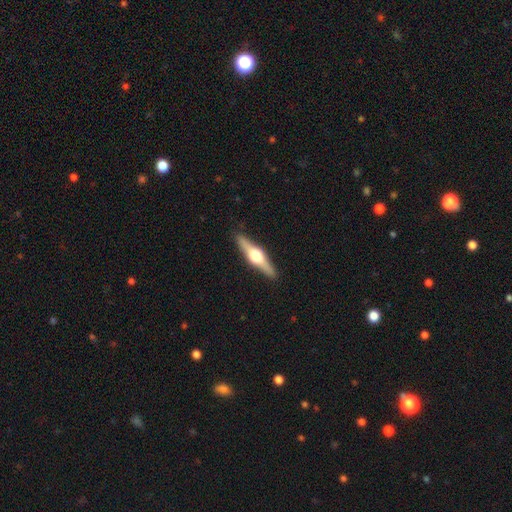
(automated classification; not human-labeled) Morphology: type=featured or disk (74%); edge-on=yes (97%); edge-on bulge=rounded (95%); merging=none (91%).